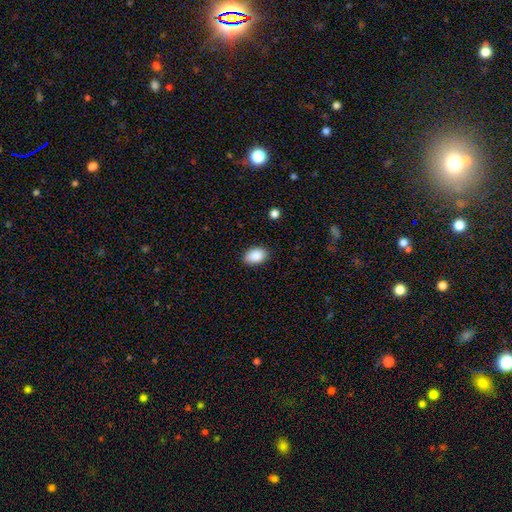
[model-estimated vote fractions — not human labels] Overall: smooth (89%). How rounded: in between (87%). Merging: none (86%).